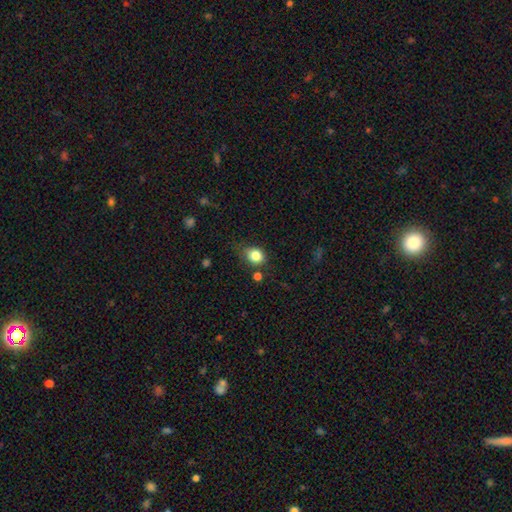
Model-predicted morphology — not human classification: The model was most divided on "how rounded": round: 62%, in between: 37%, cigar-shaped: 1%. More confident: smooth or featured — smooth (83%); merging — none (65%).